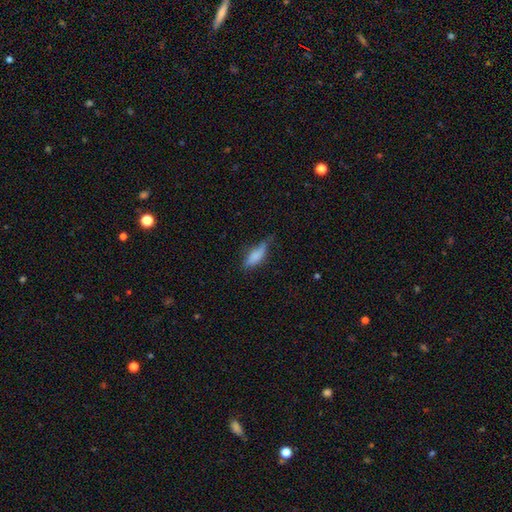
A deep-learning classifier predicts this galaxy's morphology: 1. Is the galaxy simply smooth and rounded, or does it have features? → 74% smooth, 19% featured or disk, 8% star or artifact.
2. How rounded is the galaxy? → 57% in between, 40% cigar-shaped, 3% round.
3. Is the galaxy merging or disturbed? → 51% none, 36% minor disturbance, 11% major disturbance, 2% merger.